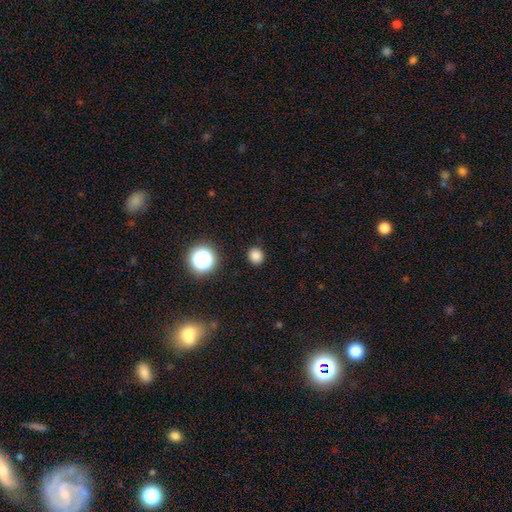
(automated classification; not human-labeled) A smooth galaxy with no disk features (81%) that is round (87%).

Vote fractions:
- Smooth or featured? smooth: 81% / star or artifact: 15% / featured or disk: 4%
- How rounded? round: 87% / in between: 12% / cigar-shaped: 1%
- Merging? none: 90% / minor disturbance: 6% / major disturbance: 2% / merger: 1%